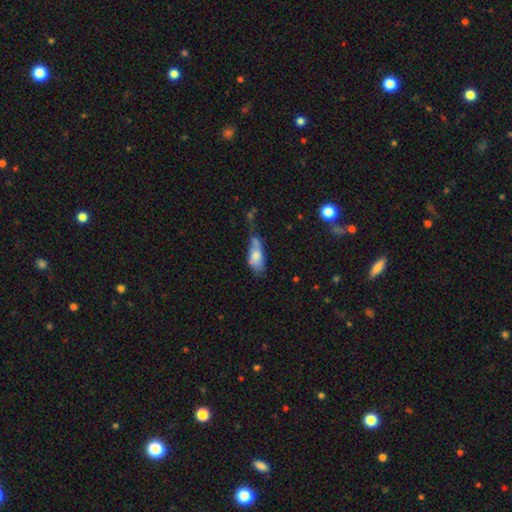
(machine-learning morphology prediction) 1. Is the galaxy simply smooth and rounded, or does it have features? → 66% smooth, 26% featured or disk, 7% star or artifact.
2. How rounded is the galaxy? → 80% in between, 17% cigar-shaped, 3% round.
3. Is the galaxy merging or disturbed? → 37% minor disturbance, 31% none, 22% major disturbance, 11% merger.